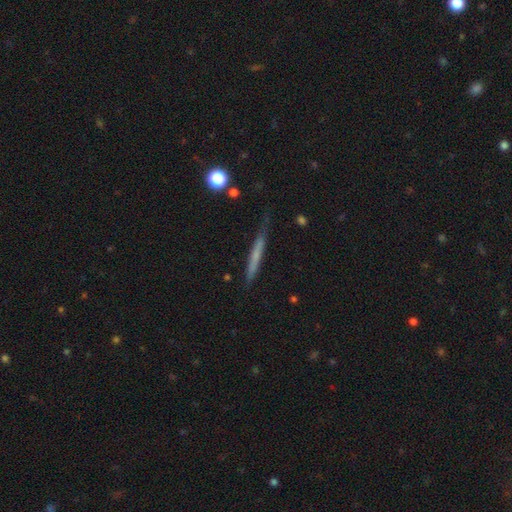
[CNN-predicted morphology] Q: Smooth or featured?
A: smooth (51%); runner-up: featured or disk (41%)
Q: How rounded?
A: cigar-shaped (94%); runner-up: in between (3%)
Q: Merging?
A: none (72%); runner-up: minor disturbance (21%)